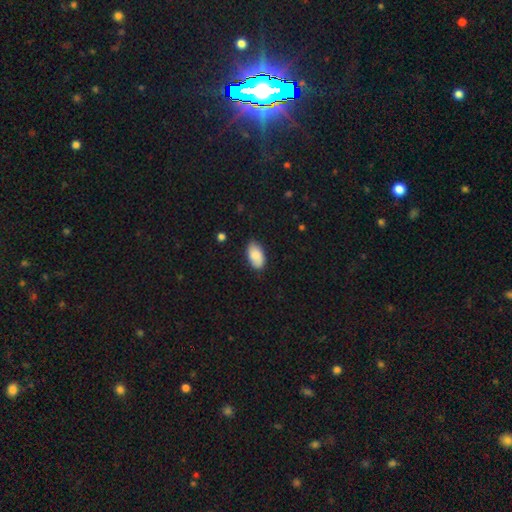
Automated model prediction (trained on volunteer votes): smooth_or_featured: smooth (p=0.86) [alt: featured or disk p=0.08]
how_rounded: in between (p=0.95) [alt: round p=0.03]
merging: none (p=0.83) [alt: minor disturbance p=0.14]